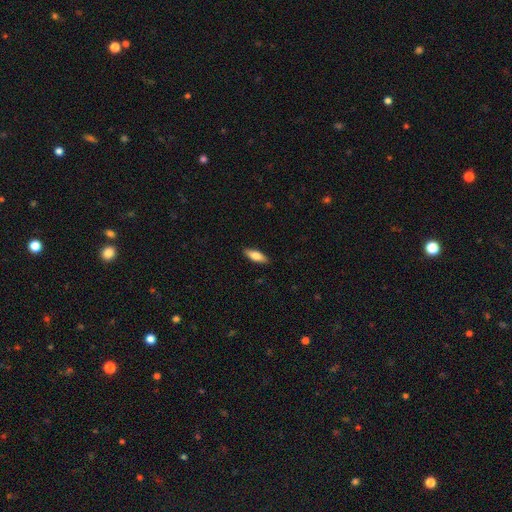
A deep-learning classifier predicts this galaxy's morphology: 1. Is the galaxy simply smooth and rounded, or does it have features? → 74% smooth, 21% featured or disk, 6% star or artifact.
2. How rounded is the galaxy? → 62% in between, 36% cigar-shaped, 2% round.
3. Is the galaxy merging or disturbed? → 89% none, 9% minor disturbance, 2% major disturbance, 1% merger.